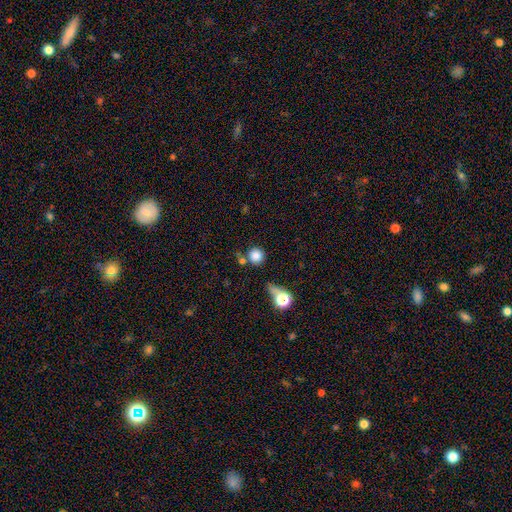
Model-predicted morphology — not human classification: Smooth or featured?
  - smooth: 83% *
  - star or artifact: 11%
  - featured or disk: 6%
How rounded?
  - round: 93% *
  - in between: 6%
  - cigar-shaped: 1%
Merging?
  - none: 70% *
  - merger: 13%
  - minor disturbance: 12%
  - major disturbance: 5%